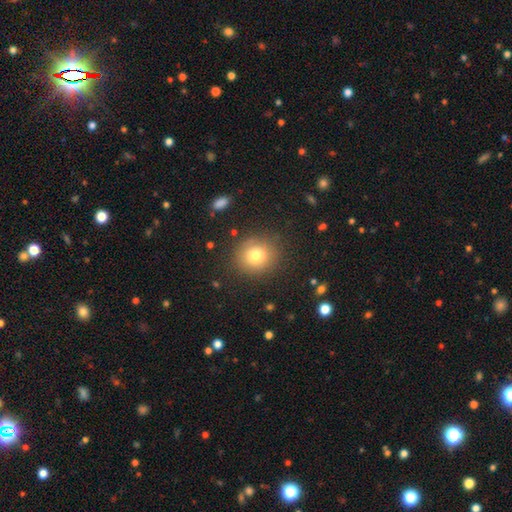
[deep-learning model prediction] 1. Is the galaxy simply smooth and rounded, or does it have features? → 76% smooth, 12% star or artifact, 11% featured or disk.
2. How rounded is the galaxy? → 88% round, 11% in between, 1% cigar-shaped.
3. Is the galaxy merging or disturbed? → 86% none, 9% minor disturbance, 4% major disturbance, 1% merger.